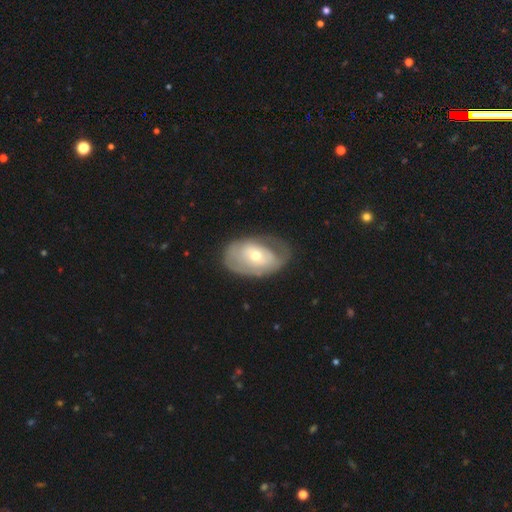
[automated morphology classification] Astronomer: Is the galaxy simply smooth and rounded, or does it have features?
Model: featured or disk — 56% (runner-up: smooth, 38%).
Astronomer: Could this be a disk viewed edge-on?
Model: no — 93%.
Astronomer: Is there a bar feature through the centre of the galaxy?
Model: no — 76%.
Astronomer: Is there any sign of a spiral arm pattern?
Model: no — 57% (runner-up: yes, 43%).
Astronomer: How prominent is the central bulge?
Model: moderate — 53% (runner-up: small, 41%).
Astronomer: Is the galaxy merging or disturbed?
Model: none — 60%.